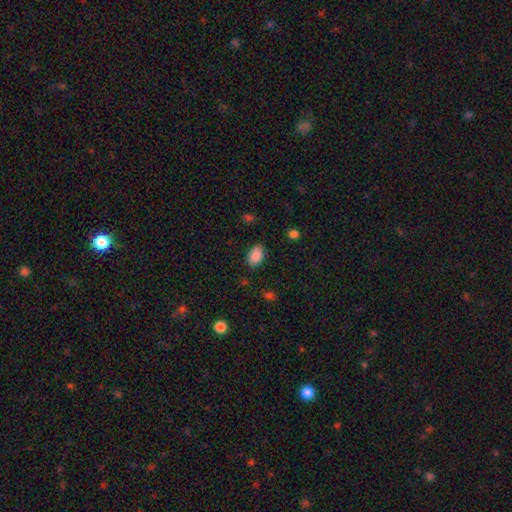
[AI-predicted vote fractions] This appears to be a smooth galaxy with no disk features (88%) that is in between round and cigar-shaped (81%). Merging: none (84%).